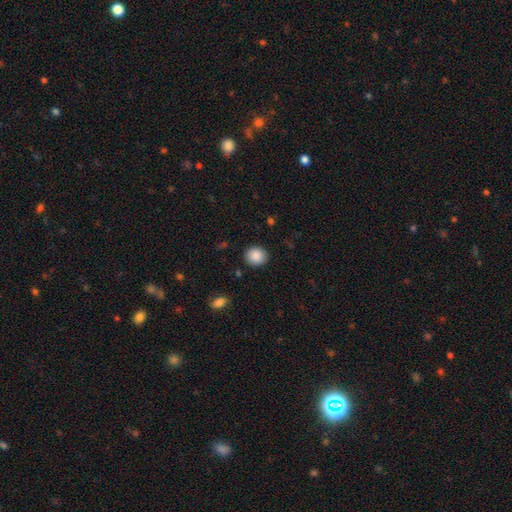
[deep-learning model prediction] Smooth or featured?
  - smooth: 89% *
  - star or artifact: 8%
  - featured or disk: 3%
How rounded?
  - round: 84% *
  - in between: 15%
  - cigar-shaped: 1%
Merging?
  - none: 89% *
  - minor disturbance: 7%
  - major disturbance: 2%
  - merger: 1%